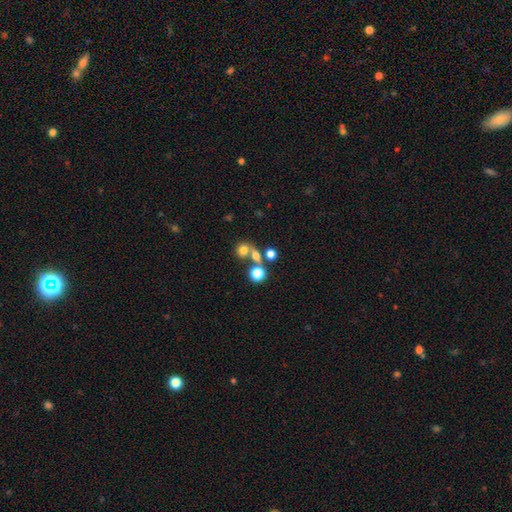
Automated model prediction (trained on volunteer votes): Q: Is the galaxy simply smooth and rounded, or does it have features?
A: smooth — 67%.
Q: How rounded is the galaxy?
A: round — 77%.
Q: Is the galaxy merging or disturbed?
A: none — 48%.